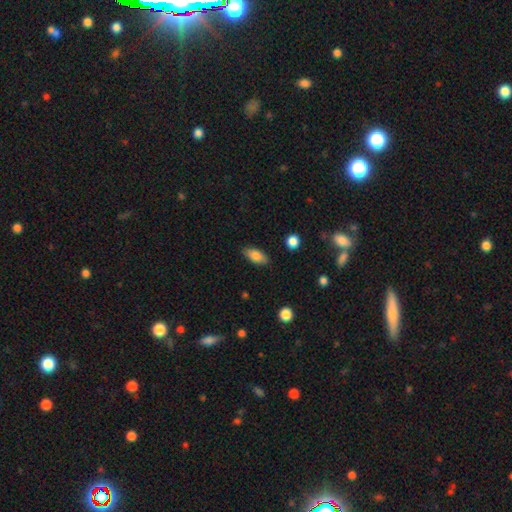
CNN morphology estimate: A smooth galaxy with no disk features (83%) that is in between round and cigar-shaped (89%).

Vote fractions:
- Smooth or featured? smooth: 83% / featured or disk: 10% / star or artifact: 7%
- How rounded? in between: 89% / cigar-shaped: 8% / round: 3%
- Merging? none: 85% / minor disturbance: 11% / major disturbance: 2% / merger: 1%